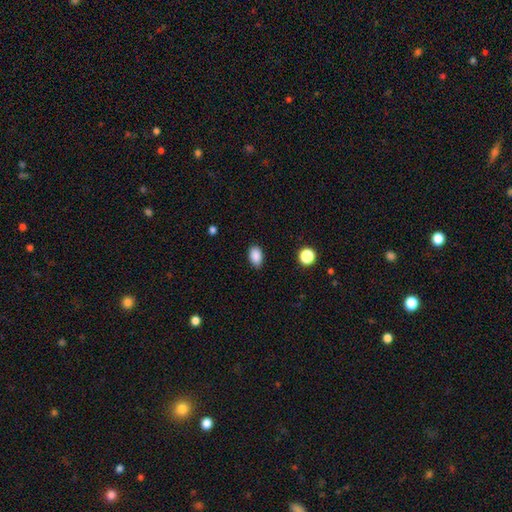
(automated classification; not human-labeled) Morphology: type=smooth (88%); roundness=in between (87%); merging=none (83%).